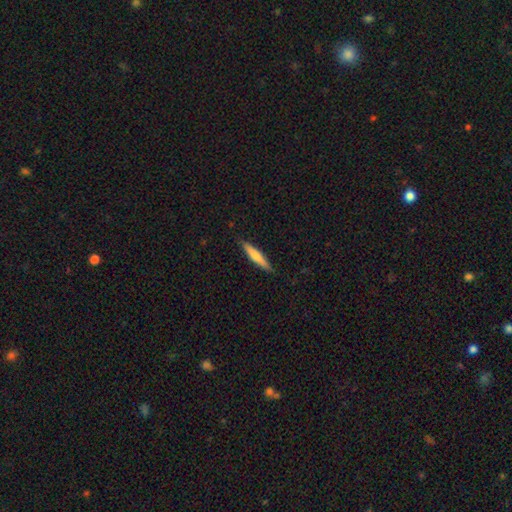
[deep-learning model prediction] This appears to be a smooth galaxy with no disk features (63%) that is cigar-shaped (89%). Merging: none (89%).